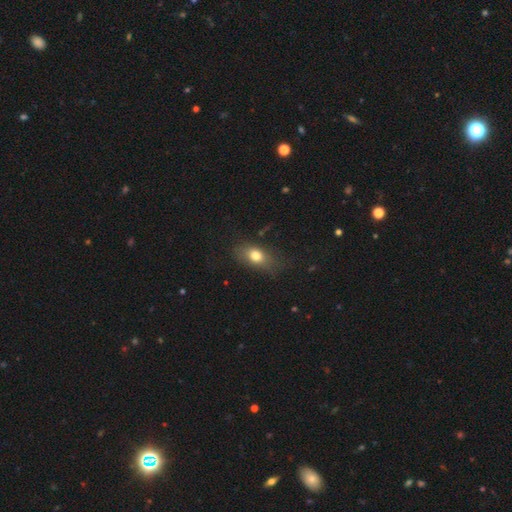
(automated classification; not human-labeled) A smooth galaxy with no disk features (75%) that is in between round and cigar-shaped (78%). Merging: none (64%).